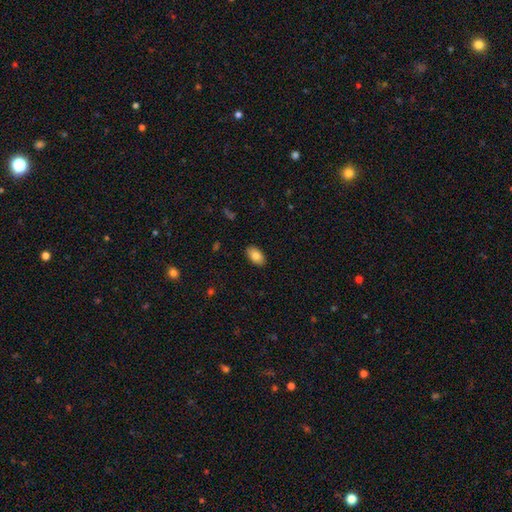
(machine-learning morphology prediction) Smooth or featured?
  - smooth: 83% *
  - featured or disk: 10%
  - star or artifact: 7%
How rounded?
  - in between: 93% *
  - round: 6%
  - cigar-shaped: 2%
Merging?
  - none: 89% *
  - minor disturbance: 9%
  - major disturbance: 2%
  - merger: 1%